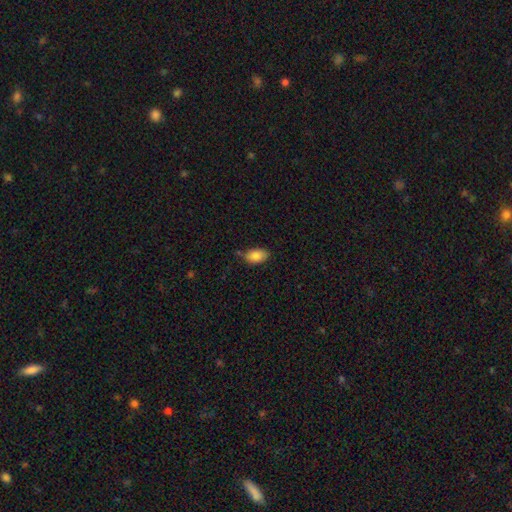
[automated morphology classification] This appears to be a smooth galaxy with no disk features (87%) that is in between round and cigar-shaped (92%). Merging: none (69%).